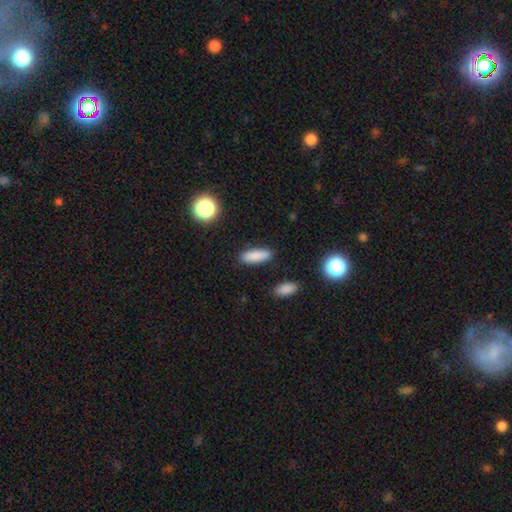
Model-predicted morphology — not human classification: This appears to be a smooth galaxy with no disk features (86%) that is in between round and cigar-shaped (52%). Merging: none (89%).